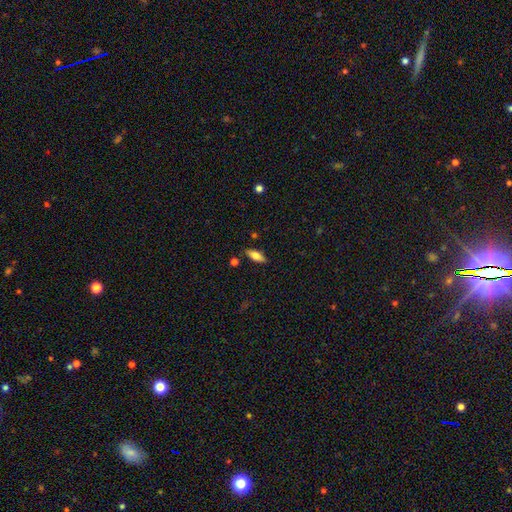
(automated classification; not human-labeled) This is likely a smooth galaxy (76%). How rounded: clearly in between (80%). Merging: clearly none (83%).